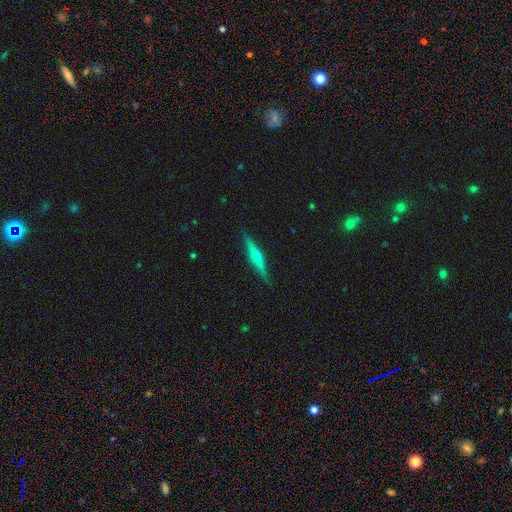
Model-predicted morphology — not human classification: smooth-or-featured: featured or disk: 73% | smooth: 21% | star or artifact: 6%
  disk-edge-on: yes: 98% | no: 2%
    edge-on-bulge: rounded: 87% | none: 9% | boxy: 5%
  merging: none: 91% | minor disturbance: 7% | major disturbance: 1% | merger: 1%